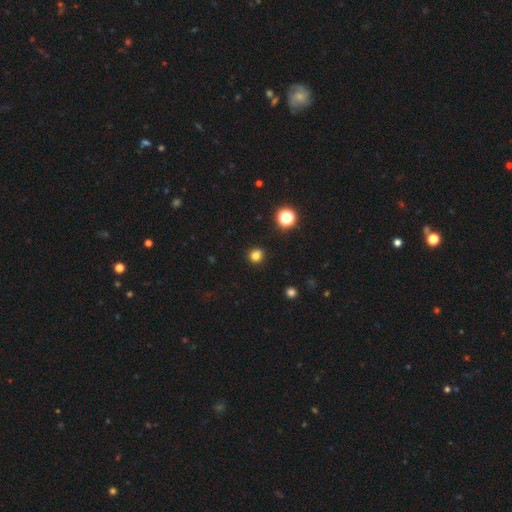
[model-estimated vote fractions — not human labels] Smooth or featured? Predicted: smooth (p=0.80). How rounded? Predicted: round (p=0.87). Merging? Predicted: none (p=0.89).